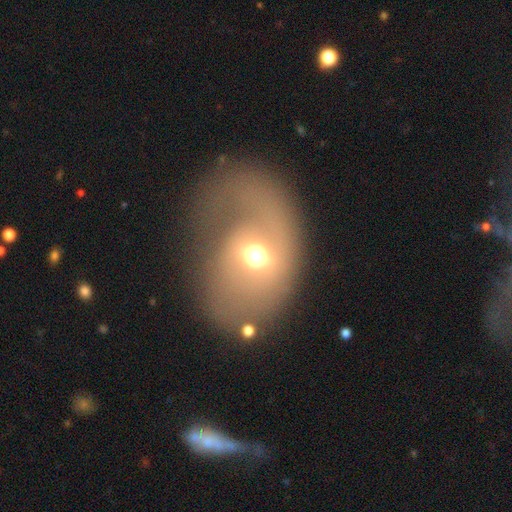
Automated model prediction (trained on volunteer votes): Morphology: type=smooth (47%); merging=none (45%).